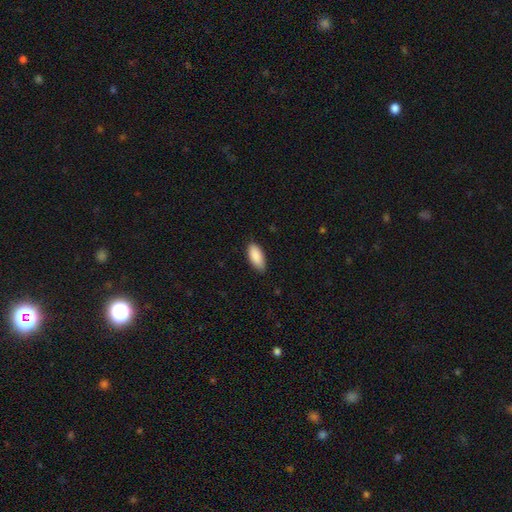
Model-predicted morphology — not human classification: smooth_or_featured: smooth (p=0.90) [alt: star or artifact p=0.06]
how_rounded: in between (p=0.88) [alt: cigar-shaped p=0.10]
merging: none (p=0.82) [alt: minor disturbance p=0.15]